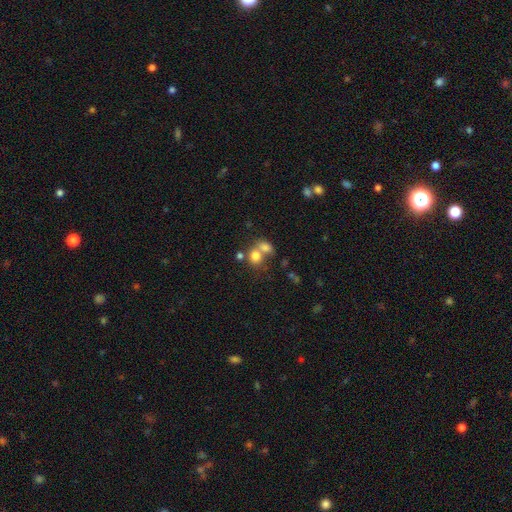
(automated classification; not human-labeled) smooth 76%, featured or disk 13%, star or artifact 11%. Down the decision tree: how rounded — round (59%); merging — merger (54%).